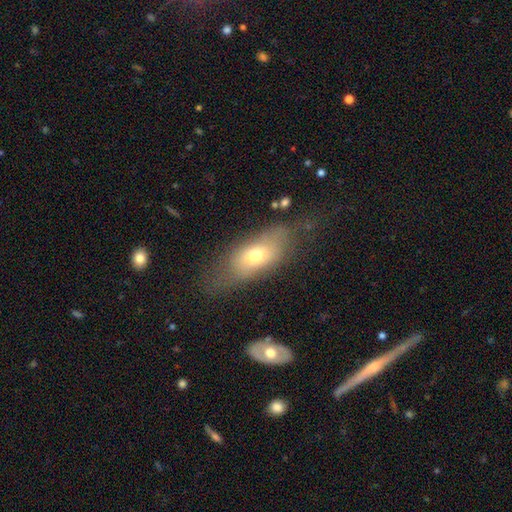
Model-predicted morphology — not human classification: The model was most divided on "merging": none: 54%, minor disturbance: 24%, major disturbance: 19%, merger: 3%. More confident: how rounded — in between (82%); smooth or featured — smooth (63%).